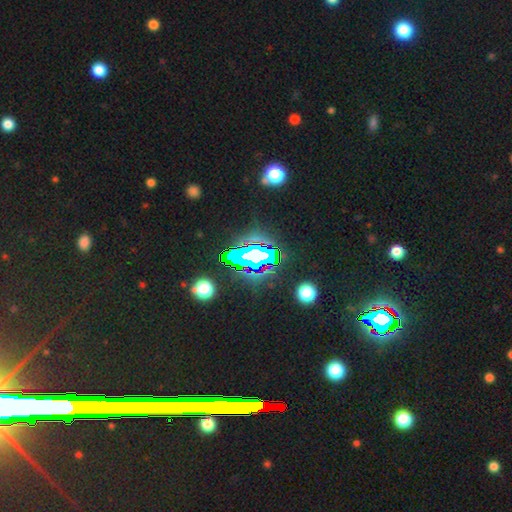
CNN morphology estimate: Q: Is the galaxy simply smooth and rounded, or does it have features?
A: star or artifact — 70%.